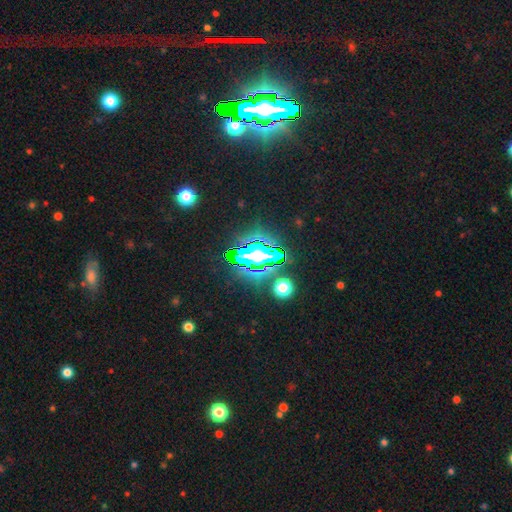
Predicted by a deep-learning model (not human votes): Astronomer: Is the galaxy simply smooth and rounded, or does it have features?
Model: star or artifact — 69%.